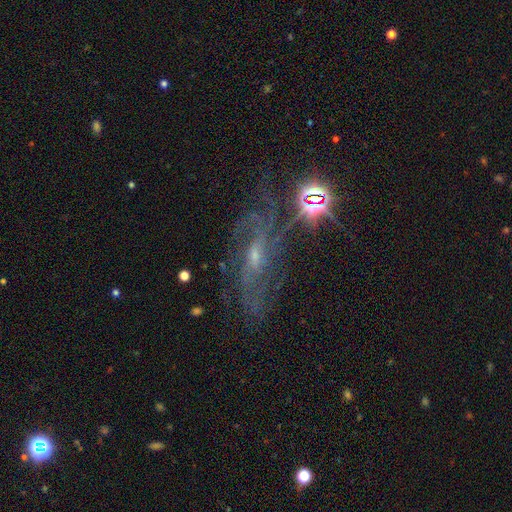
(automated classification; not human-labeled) Smooth or featured: featured or disk — 74% (star or artifact — 17%)
Edge-on disk: no — 89% (yes — 11%)
Bar: no — 45% (weak — 41%)
Spiral arms: yes — 89% (no — 11%)
Spiral winding: medium — 42% (tight — 37%)
Spiral arm count: can't tell — 40% (2 — 23%)
Bulge size: small — 66% (moderate — 27%)
Merging: none — 60% (minor disturbance — 19%)